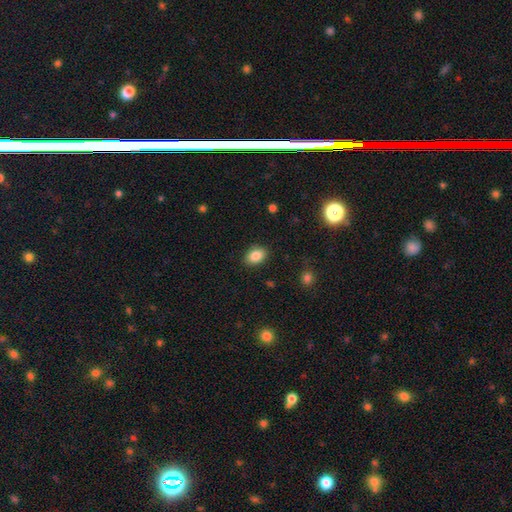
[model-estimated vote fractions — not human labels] Smooth or featured? smooth (86%)
How rounded? in between (81%)
Merging? none (87%)